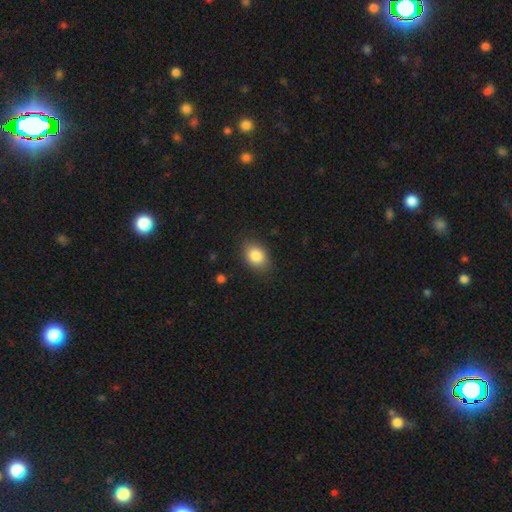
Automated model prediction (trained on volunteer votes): A smooth galaxy with no disk features (85%) that is in between round and cigar-shaped (73%). Merging: none (85%).